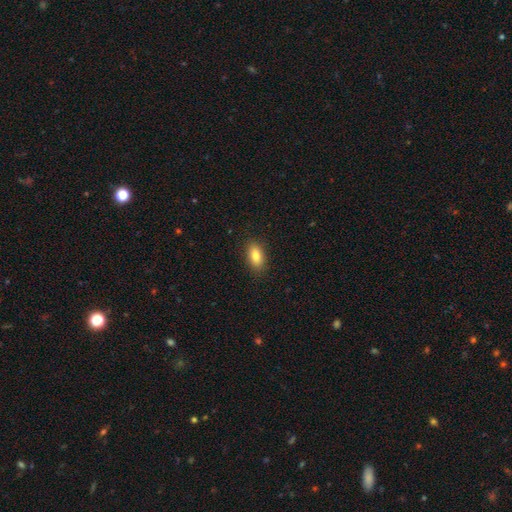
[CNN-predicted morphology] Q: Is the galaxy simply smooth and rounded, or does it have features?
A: smooth — 84%.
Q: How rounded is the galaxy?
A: in between — 88%.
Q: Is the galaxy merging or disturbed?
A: none — 88%.